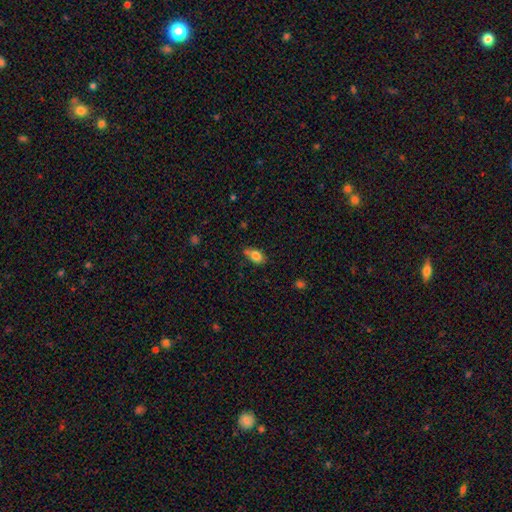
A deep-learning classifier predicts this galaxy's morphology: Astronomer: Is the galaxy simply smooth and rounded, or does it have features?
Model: smooth — 81%.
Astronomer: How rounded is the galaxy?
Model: in between — 77%.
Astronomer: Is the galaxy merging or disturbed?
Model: none — 59%.